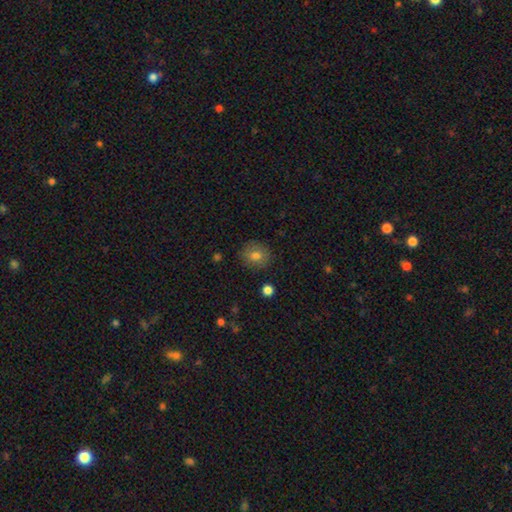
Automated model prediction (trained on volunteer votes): Smooth or featured? Predicted: smooth (p=0.78). How rounded? Predicted: round (p=0.77). Merging? Predicted: none (p=0.85).